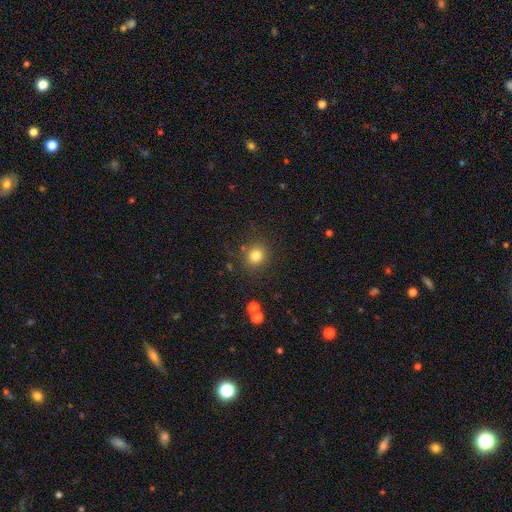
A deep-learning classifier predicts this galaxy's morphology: This appears to be a smooth galaxy with no disk features (80%) that is round (88%). Merging: none (84%).